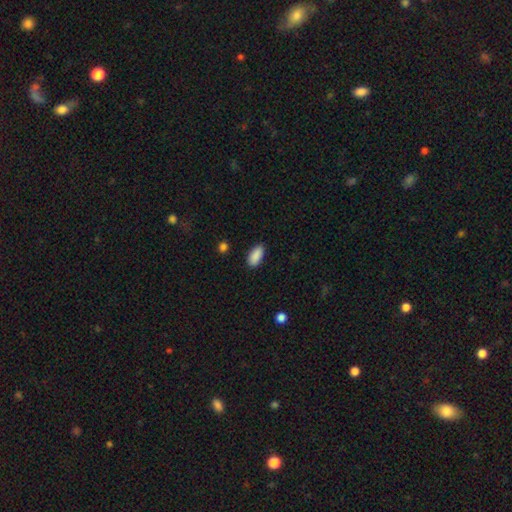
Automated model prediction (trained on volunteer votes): A smooth galaxy with no disk features (90%) that is in between round and cigar-shaped (91%). Merging: none (86%).